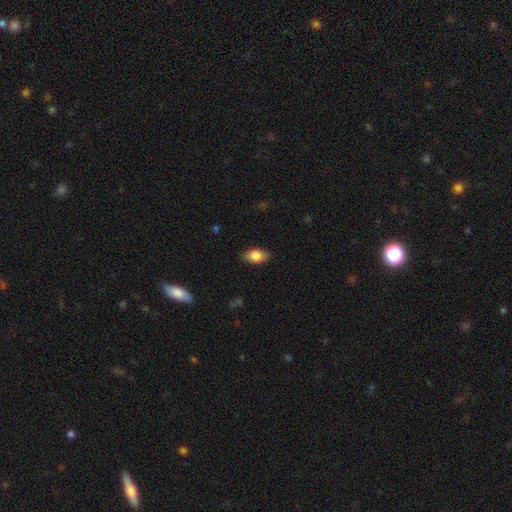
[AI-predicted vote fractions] smooth-or-featured: smooth: 84% | featured or disk: 9% | star or artifact: 7%
  how-rounded: in between: 91% | round: 7% | cigar-shaped: 3%
  merging: none: 85% | minor disturbance: 12% | major disturbance: 2% | merger: 1%